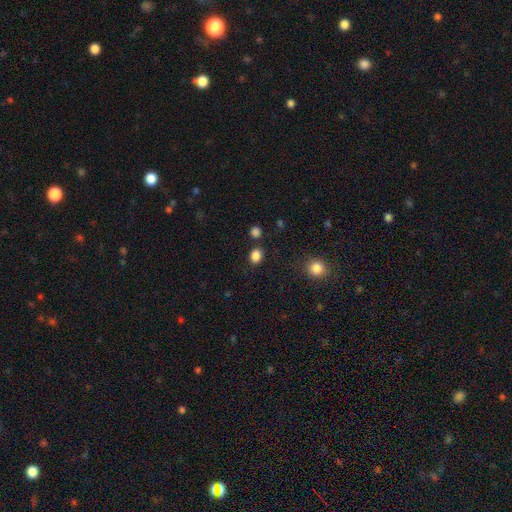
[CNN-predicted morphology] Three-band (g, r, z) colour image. It shows a smooth galaxy with no disk features (85%) that is round (51%). Merging: none (81%).